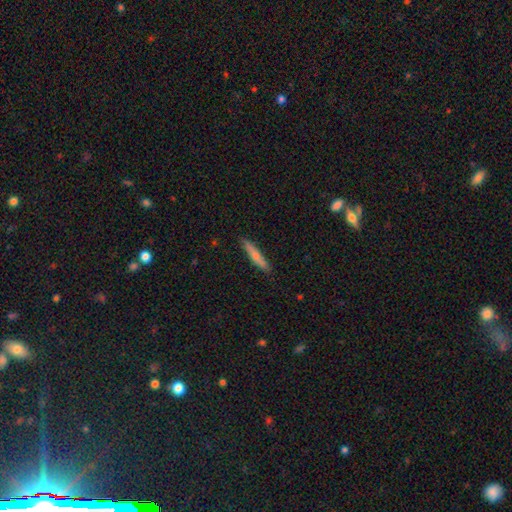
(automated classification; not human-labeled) smooth_or_featured: smooth (p=0.65) [alt: featured or disk p=0.29]
how_rounded: cigar-shaped (p=0.91) [alt: in between p=0.07]
merging: none (p=0.88) [alt: minor disturbance p=0.09]